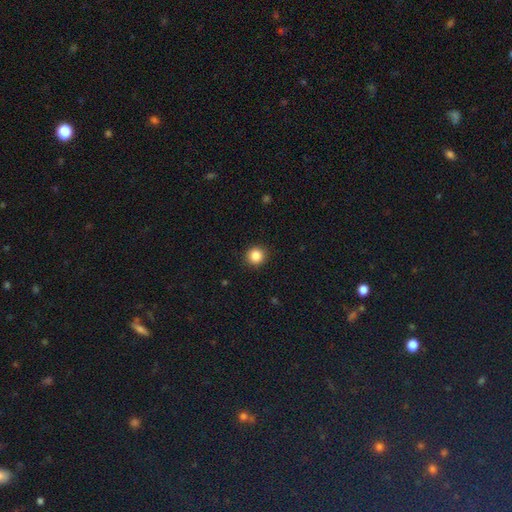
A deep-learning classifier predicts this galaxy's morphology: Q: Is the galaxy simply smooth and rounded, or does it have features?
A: smooth — 86%.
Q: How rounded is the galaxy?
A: round — 94%.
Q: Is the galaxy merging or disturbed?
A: none — 92%.